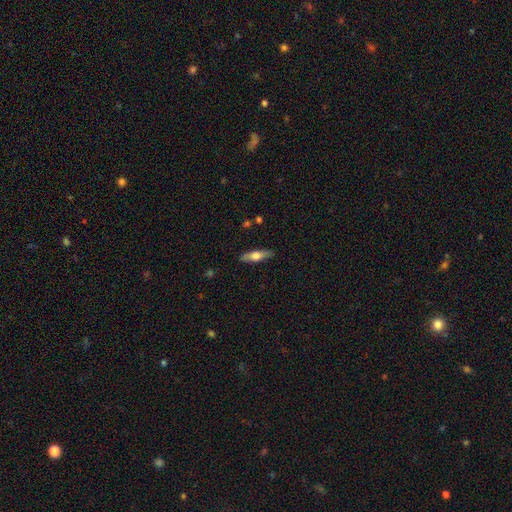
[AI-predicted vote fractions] Smooth or featured? Predicted: smooth (p=0.51). How rounded? Predicted: cigar-shaped (p=0.65). Merging? Predicted: none (p=0.87).